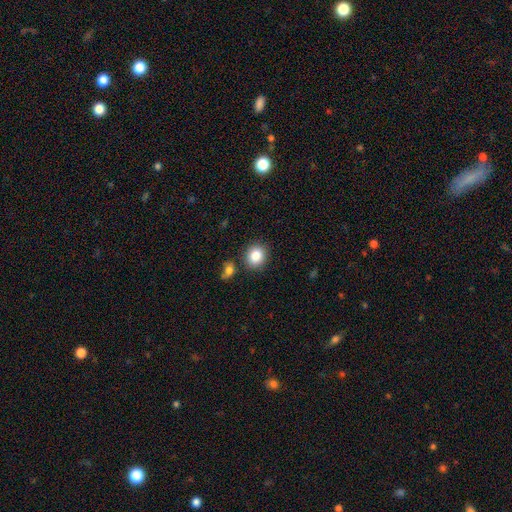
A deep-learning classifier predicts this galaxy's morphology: type=smooth (86%); roundness=round (73%); merging=none (82%).